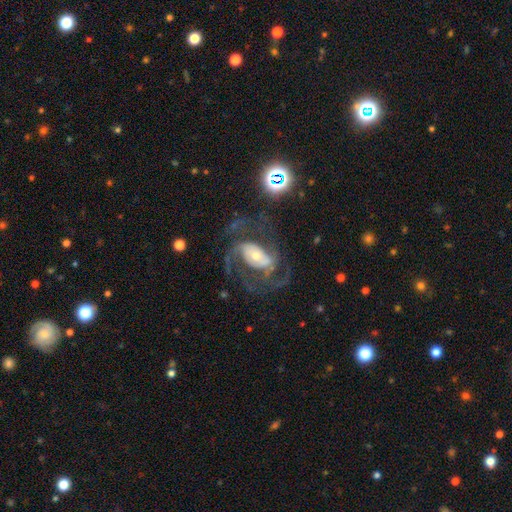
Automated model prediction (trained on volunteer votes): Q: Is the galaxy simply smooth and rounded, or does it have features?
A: featured or disk — 82%.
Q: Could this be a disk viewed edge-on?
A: no — 97%.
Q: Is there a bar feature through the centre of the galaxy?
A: no — 51%.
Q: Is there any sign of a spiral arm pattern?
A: yes — 90%.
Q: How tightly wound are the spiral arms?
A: medium — 49%.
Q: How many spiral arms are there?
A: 2 — 45%.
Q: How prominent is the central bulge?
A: moderate — 50%.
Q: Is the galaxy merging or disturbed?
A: none — 48%.